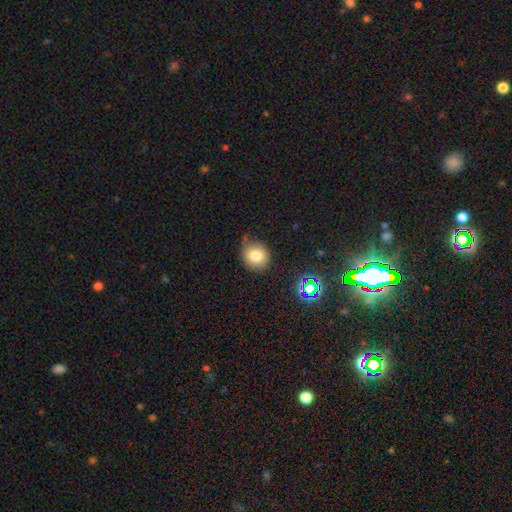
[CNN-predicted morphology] Smooth or featured? smooth (78%)
How rounded? round (81%)
Merging? none (71%)